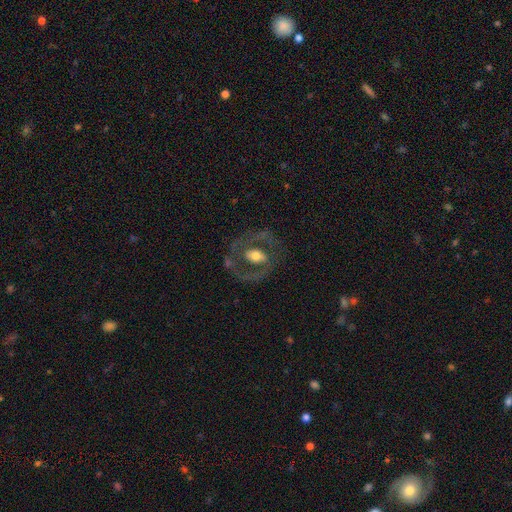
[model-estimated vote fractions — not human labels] smooth_or_featured: featured or disk (p=0.66) [alt: smooth p=0.27]
disk_edge_on: no (p=0.94) [alt: yes p=0.06]
bar: no (p=0.50) [alt: weak p=0.32]
has_spiral_arms: no (p=0.52) [alt: yes p=0.48]
bulge_size: moderate (p=0.62) [alt: large p=0.22]
merging: none (p=0.68) [alt: major disturbance p=0.15]